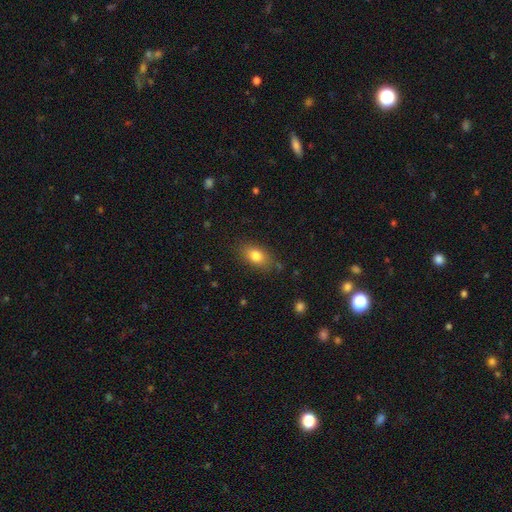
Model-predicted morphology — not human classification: Smooth or featured? Predicted: smooth (p=0.81). How rounded? Predicted: in between (p=0.84). Merging? Predicted: none (p=0.80).